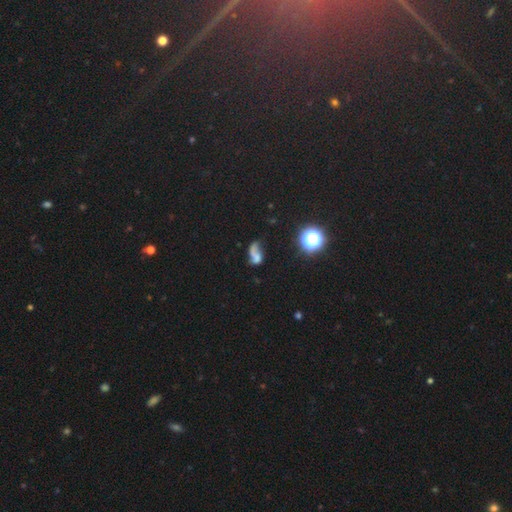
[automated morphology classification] Smooth or featured? smooth (45%)
Merging? major disturbance (31%)